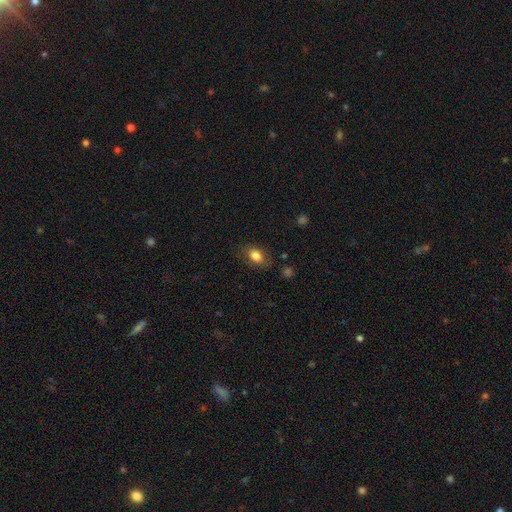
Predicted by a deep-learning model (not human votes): Smooth or featured? Predicted: smooth (p=0.82). How rounded? Predicted: in between (p=0.80). Merging? Predicted: none (p=0.79).